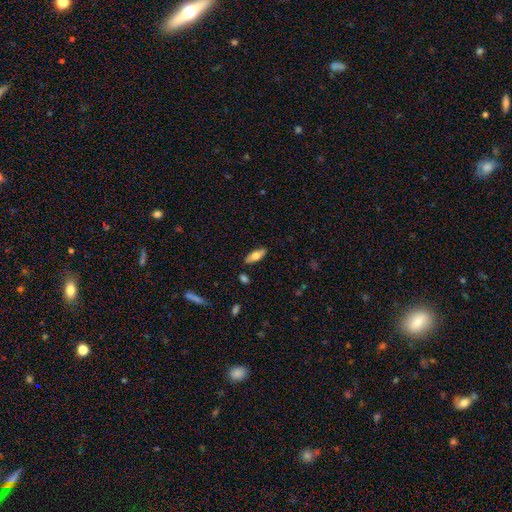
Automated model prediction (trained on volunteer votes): smooth 71%, featured or disk 23%, star or artifact 6%. Down the decision tree: how rounded — in between (72%); merging — none (86%).